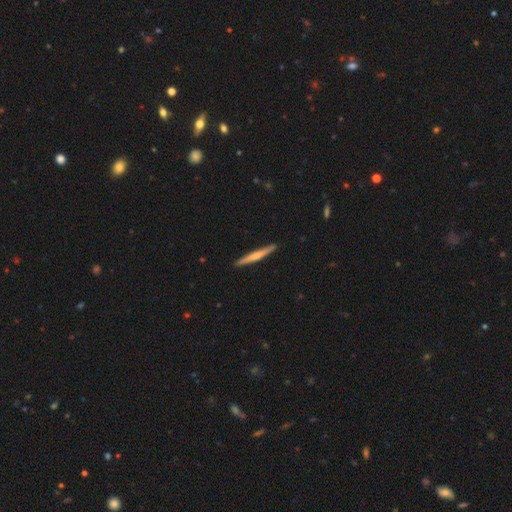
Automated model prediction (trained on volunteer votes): This appears to be a smooth galaxy with no disk features (50%). Merging: none (92%).